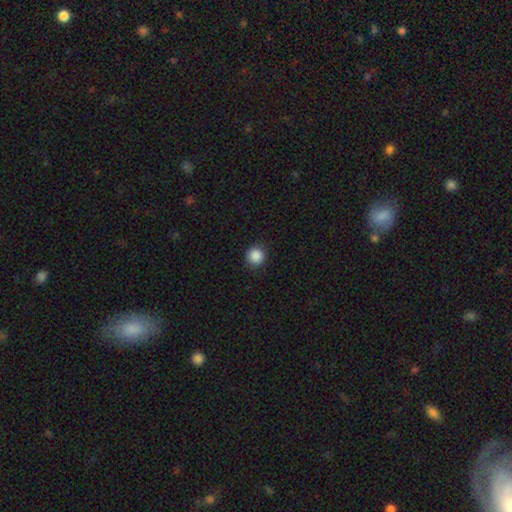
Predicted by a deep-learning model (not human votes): This is clearly a smooth galaxy (88%). How rounded: clearly round (95%). Merging: clearly none (90%).